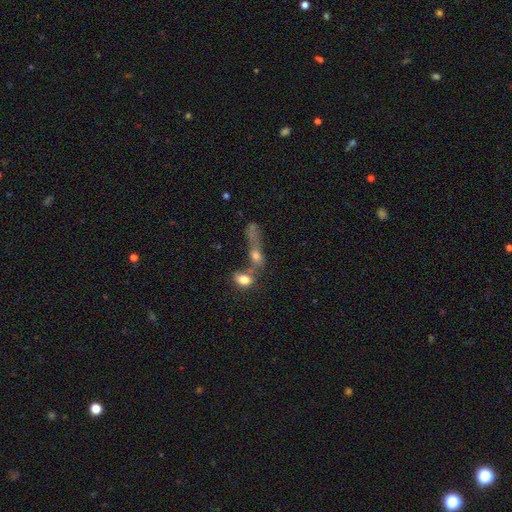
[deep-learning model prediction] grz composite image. It shows a smooth galaxy with no disk features (64%) that is in between round and cigar-shaped (53%). Merging: merger (57%).